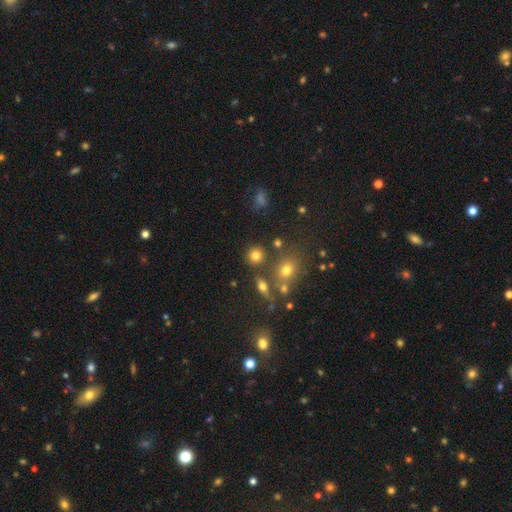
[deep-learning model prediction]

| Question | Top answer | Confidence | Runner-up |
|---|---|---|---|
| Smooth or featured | smooth | 76% | star or artifact (13%) |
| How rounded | round | 86% | in between (13%) |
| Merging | none | 78% | merger (9%) |